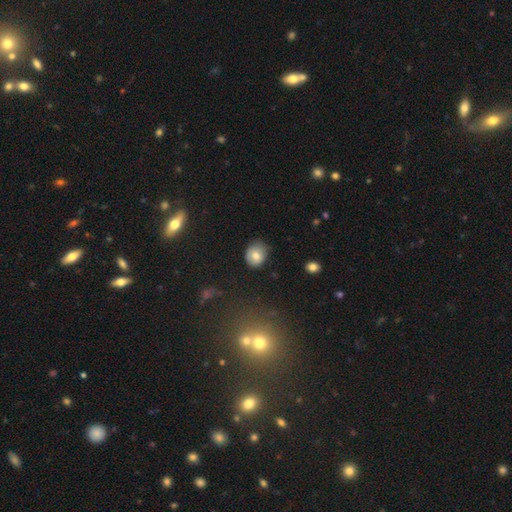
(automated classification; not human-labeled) A smooth galaxy with no disk features (76%) that is round (65%). Merging: none (66%).